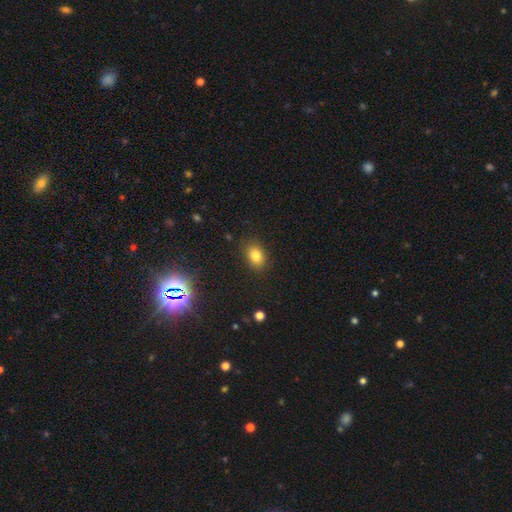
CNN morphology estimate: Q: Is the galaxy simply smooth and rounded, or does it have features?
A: smooth — 80%.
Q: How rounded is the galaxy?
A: in between — 75%.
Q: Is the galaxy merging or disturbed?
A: none — 84%.